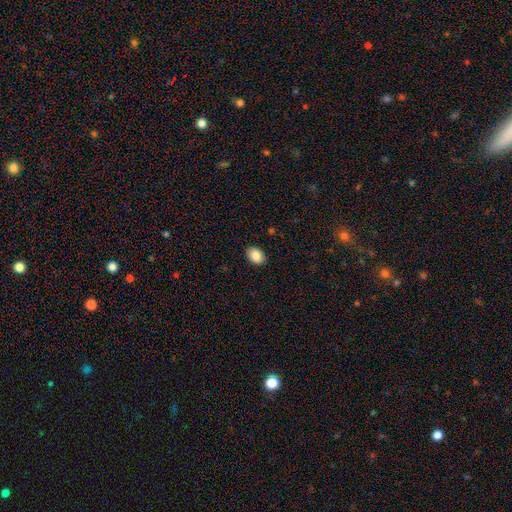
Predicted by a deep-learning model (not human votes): smooth-or-featured: smooth: 87% | star or artifact: 8% | featured or disk: 5%
  how-rounded: in between: 70% | round: 29% | cigar-shaped: 1%
  merging: none: 89% | minor disturbance: 8% | major disturbance: 2% | merger: 1%